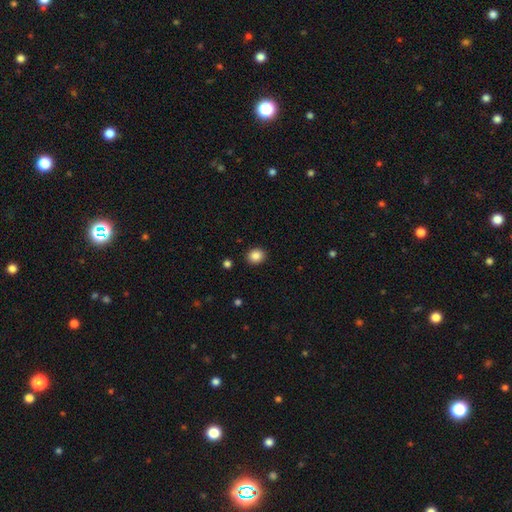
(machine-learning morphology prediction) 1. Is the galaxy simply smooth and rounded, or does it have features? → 87% smooth, 9% star or artifact, 4% featured or disk.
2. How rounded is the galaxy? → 74% round, 25% in between, 1% cigar-shaped.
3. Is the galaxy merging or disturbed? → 91% none, 6% minor disturbance, 2% major disturbance, 1% merger.